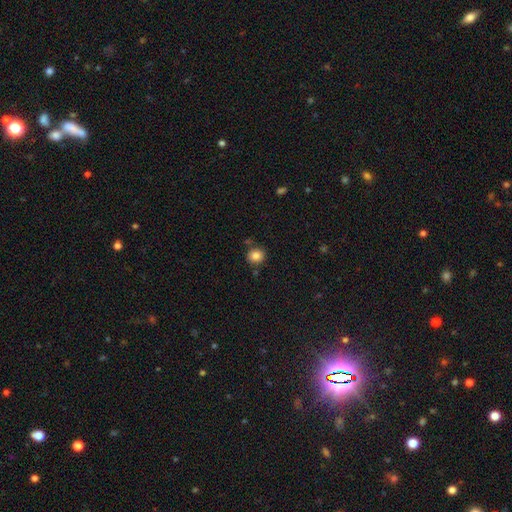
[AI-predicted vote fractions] Smooth or featured?
  - smooth: 83% *
  - star or artifact: 10%
  - featured or disk: 6%
How rounded?
  - round: 87% *
  - in between: 12%
  - cigar-shaped: 1%
Merging?
  - none: 82% *
  - minor disturbance: 9%
  - merger: 6%
  - major disturbance: 2%